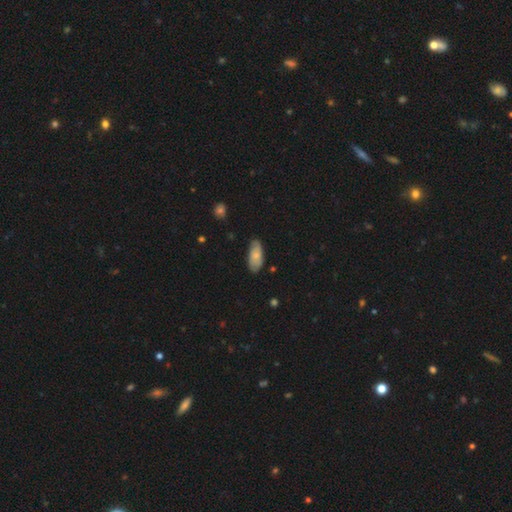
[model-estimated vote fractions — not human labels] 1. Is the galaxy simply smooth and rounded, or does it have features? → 59% smooth, 35% featured or disk, 6% star or artifact.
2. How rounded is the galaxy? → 89% in between, 9% cigar-shaped, 3% round.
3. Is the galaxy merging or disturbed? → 74% none, 21% minor disturbance, 4% major disturbance, 1% merger.